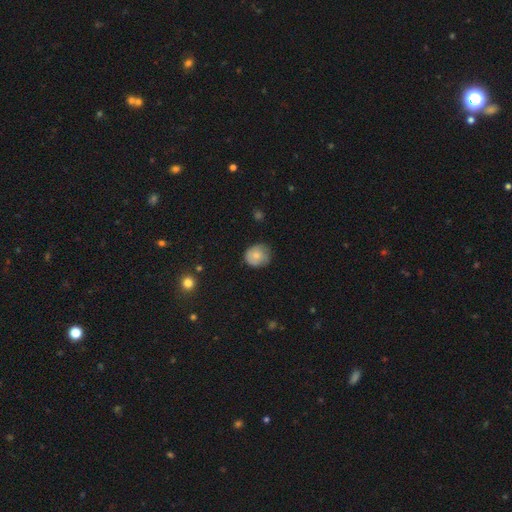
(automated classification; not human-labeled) This is likely a smooth galaxy (75%). How rounded: likely round (78%). Merging: likely none (65%).